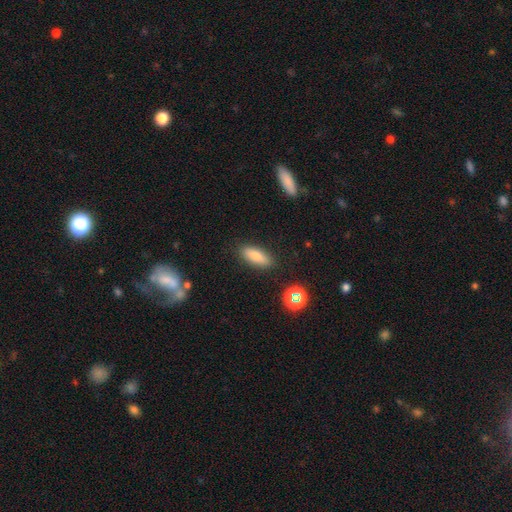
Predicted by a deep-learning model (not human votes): A smooth galaxy with no disk features (76%) that is in between round and cigar-shaped (67%).

Vote fractions:
- Smooth or featured? smooth: 76% / featured or disk: 15% / star or artifact: 9%
- How rounded? in between: 67% / cigar-shaped: 30% / round: 3%
- Merging? none: 86% / minor disturbance: 10% / major disturbance: 3% / merger: 2%